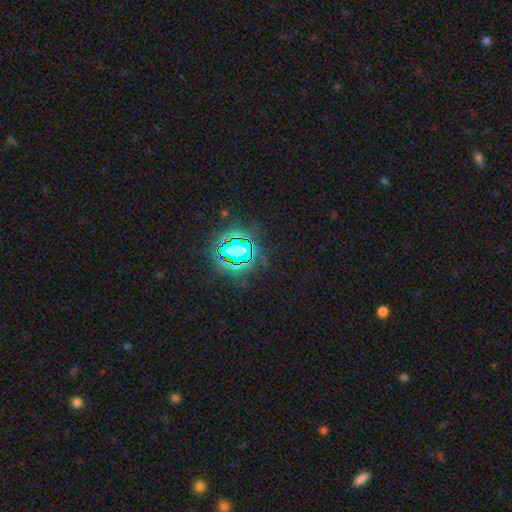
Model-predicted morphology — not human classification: This is clearly a star or artifact rather than a galaxy (83%).